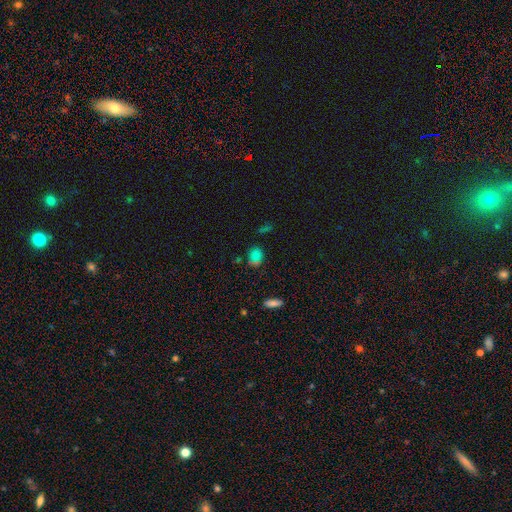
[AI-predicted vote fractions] Morphology: type=smooth (67%); roundness=round (60%); merging=none (62%).